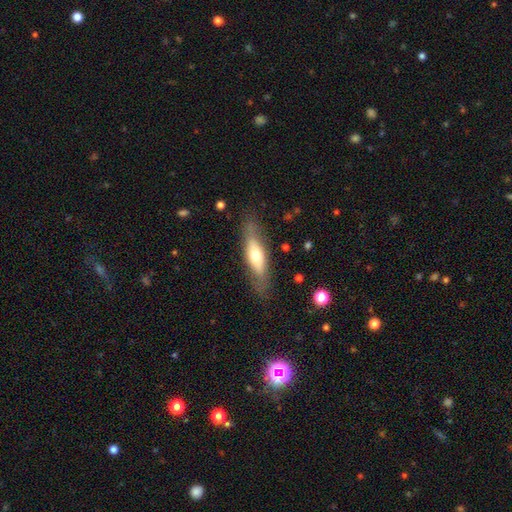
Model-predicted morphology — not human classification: Smooth or featured: smooth — 52% (featured or disk — 43%)
How rounded: cigar-shaped — 53% (in between — 45%)
Merging: none — 77% (minor disturbance — 16%)